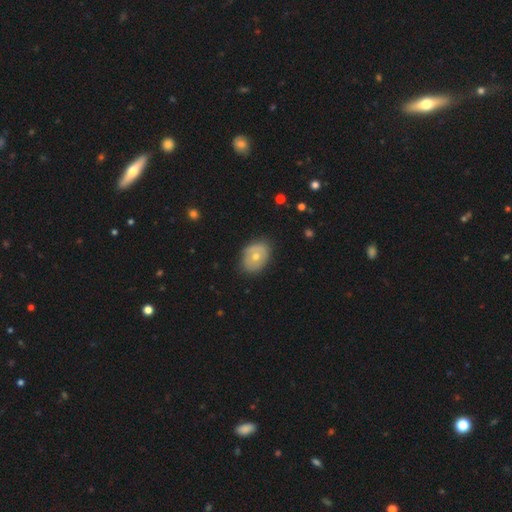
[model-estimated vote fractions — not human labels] Morphology: type=smooth (54%); roundness=in between (63%); merging=none (76%).